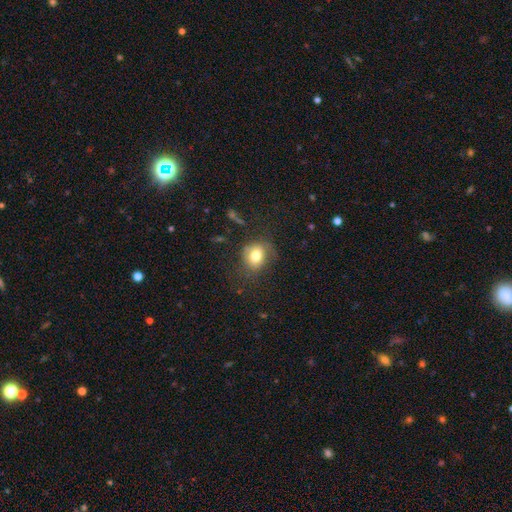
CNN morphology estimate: smooth 77%, featured or disk 12%, star or artifact 11%. Down the decision tree: how rounded — round (66%); merging — none (69%).